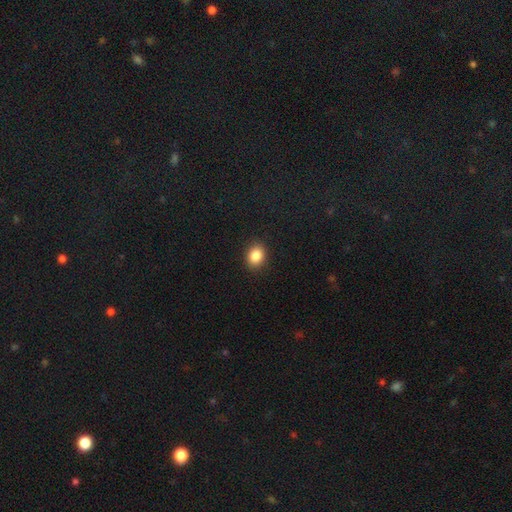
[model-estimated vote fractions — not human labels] smooth 86%, star or artifact 9%, featured or disk 5%. Down the decision tree: how rounded — in between (51%); merging — none (90%).